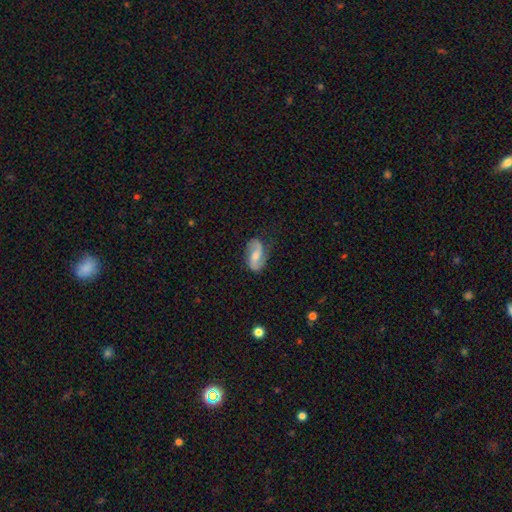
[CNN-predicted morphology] Q: Smooth or featured?
A: featured or disk (72%); runner-up: smooth (22%)
Q: Edge-on disk?
A: no (96%); runner-up: yes (4%)
Q: Bar?
A: weak (45%); runner-up: no (38%)
Q: Spiral arms?
A: yes (94%); runner-up: no (6%)
Q: Spiral winding?
A: loose (51%); runner-up: medium (37%)
Q: Spiral arm count?
A: 2 (89%); runner-up: 1 (4%)
Q: Bulge size?
A: moderate (52%); runner-up: small (30%)
Q: Merging?
A: none (71%); runner-up: minor disturbance (20%)